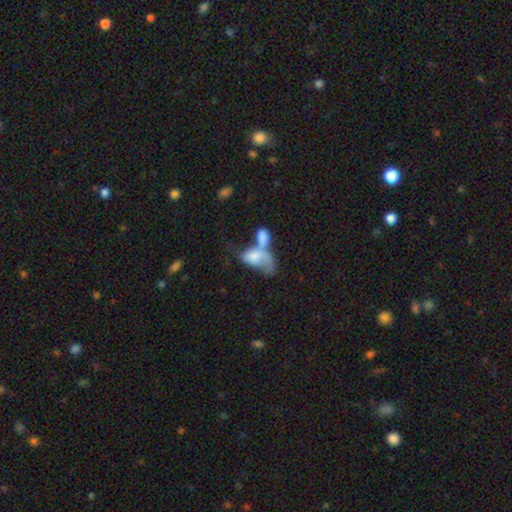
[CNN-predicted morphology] Smooth or featured?
  - smooth: 58% *
  - featured or disk: 35%
  - star or artifact: 8%
How rounded?
  - in between: 88% *
  - round: 7%
  - cigar-shaped: 5%
Merging?
  - merger: 70% *
  - major disturbance: 15%
  - none: 8%
  - minor disturbance: 6%